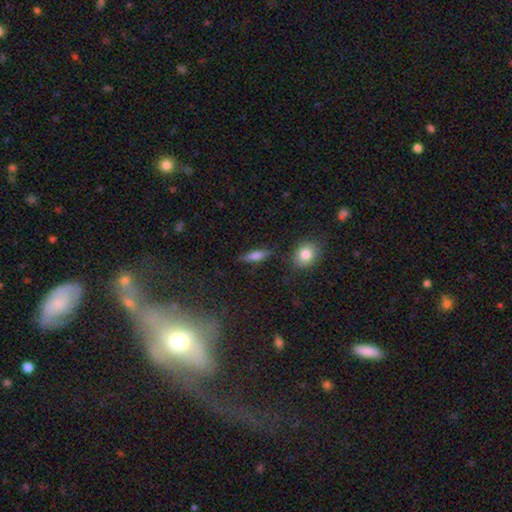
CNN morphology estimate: A smooth galaxy with no disk features (70%) that is cigar-shaped (54%). Merging: none (82%).